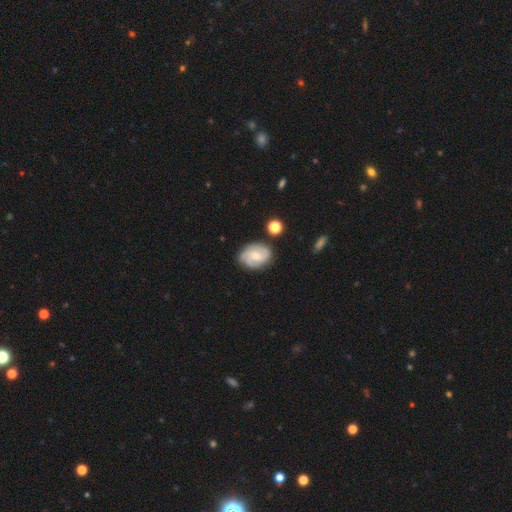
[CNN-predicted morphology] Smooth or featured?
  - featured or disk: 67% *
  - smooth: 25%
  - star or artifact: 7%
Edge-on disk?
  - no: 97% *
  - yes: 3%
Bar?
  - no: 67% *
  - weak: 29%
  - strong: 4%
Spiral arms?
  - yes: 92% *
  - no: 8%
Spiral winding?
  - tight: 43% *
  - medium: 41%
  - loose: 16%
Spiral arm count?
  - 3: 40% *
  - can't tell: 22%
  - 2: 20%
  - 4: 10%
  - 1: 4%
  - more than 4: 4%
Bulge size?
  - moderate: 49% *
  - small: 45%
  - none: 3%
  - large: 3%
  - dominant: 1%
Merging?
  - none: 74% *
  - minor disturbance: 18%
  - major disturbance: 5%
  - merger: 3%